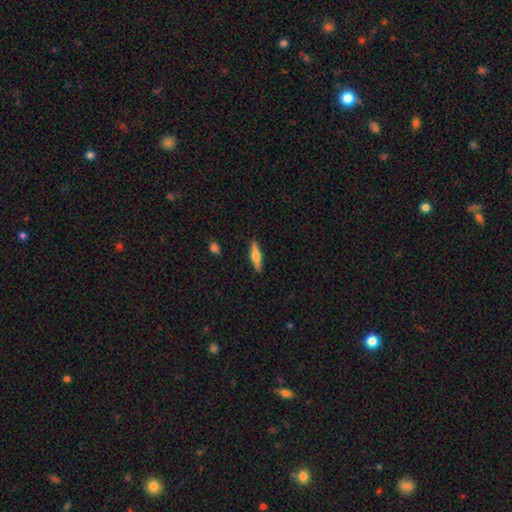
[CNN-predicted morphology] Q: Smooth or featured?
A: featured or disk (48%); runner-up: smooth (46%)
Q: Merging?
A: none (90%); runner-up: minor disturbance (7%)